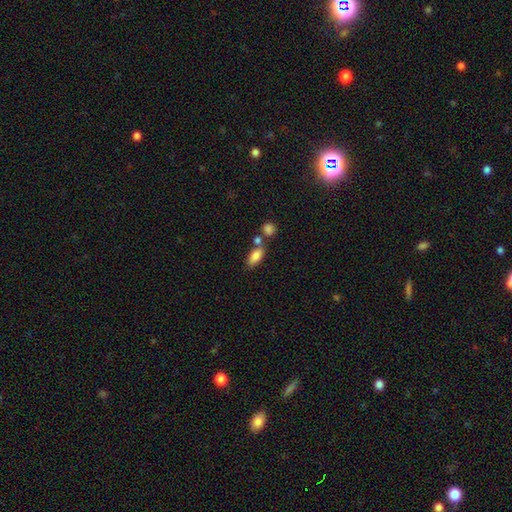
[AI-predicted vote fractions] The model was most divided on "merging": none: 56%, merger: 26%, minor disturbance: 13%, major disturbance: 4%. More confident: how rounded — in between (85%); smooth or featured — smooth (84%).